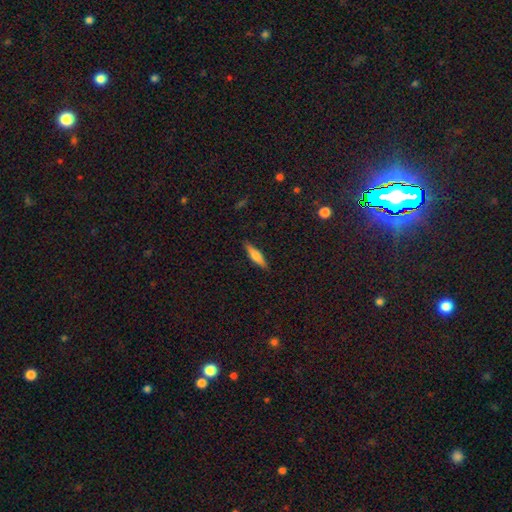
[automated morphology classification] type=smooth (62%); roundness=cigar-shaped (75%); merging=none (88%).